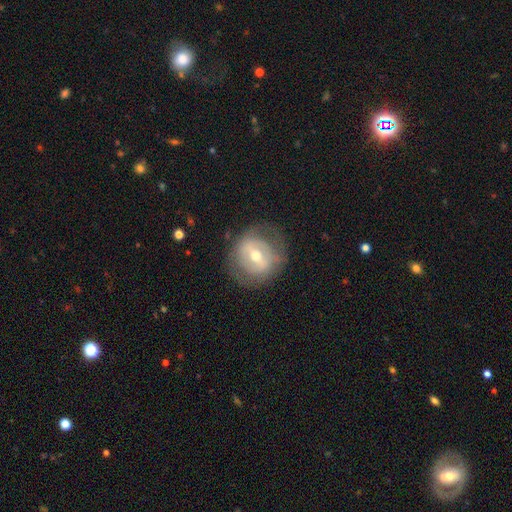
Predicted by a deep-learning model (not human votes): Smooth or featured?
  - featured or disk: 63% *
  - smooth: 30%
  - star or artifact: 7%
Edge-on disk?
  - no: 95% *
  - yes: 5%
Bar?
  - weak: 42% *
  - strong: 33%
  - no: 25%
Spiral arms?
  - no: 61% *
  - yes: 39%
Bulge size?
  - moderate: 66% *
  - small: 29%
  - large: 4%
  - none: 1%
  - dominant: 1%
Merging?
  - none: 73% *
  - minor disturbance: 16%
  - major disturbance: 10%
  - merger: 1%